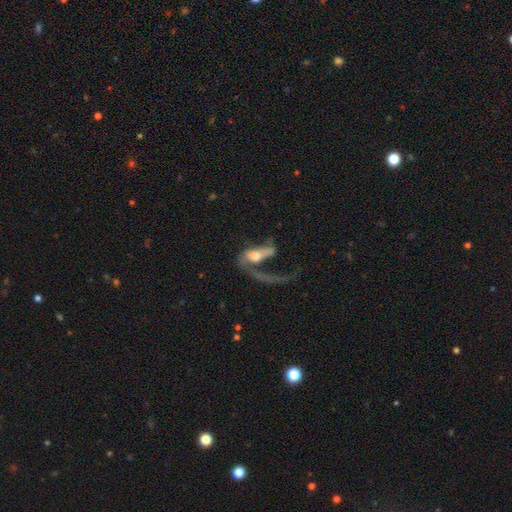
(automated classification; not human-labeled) Overall: featured or disk (62%; smooth 30%). Edge-on disk: no (83%). Bar: no (52%; weak 28%). Spiral arms: yes (68%; no 32%). Bulge size: moderate (56%; large 19%). Merging: major disturbance (61%).